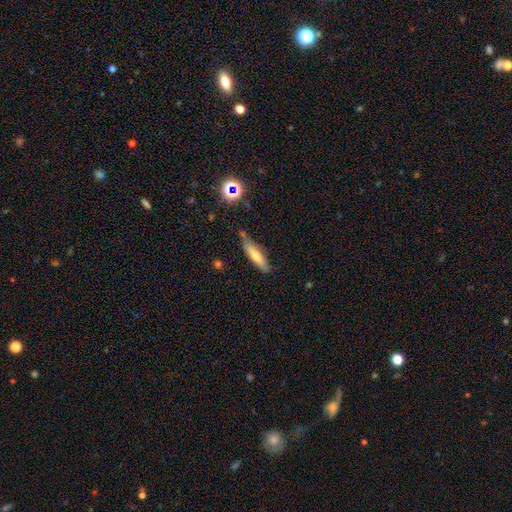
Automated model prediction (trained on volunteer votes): Q: Smooth or featured?
A: smooth (63%); runner-up: featured or disk (29%)
Q: How rounded?
A: cigar-shaped (76%); runner-up: in between (22%)
Q: Merging?
A: none (68%); runner-up: minor disturbance (22%)